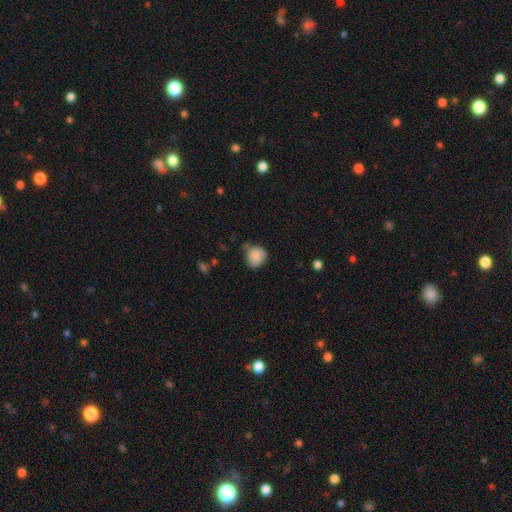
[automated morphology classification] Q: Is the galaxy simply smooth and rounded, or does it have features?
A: smooth — 82%.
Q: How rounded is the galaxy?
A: round — 76%.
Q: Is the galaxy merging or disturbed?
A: none — 56%.